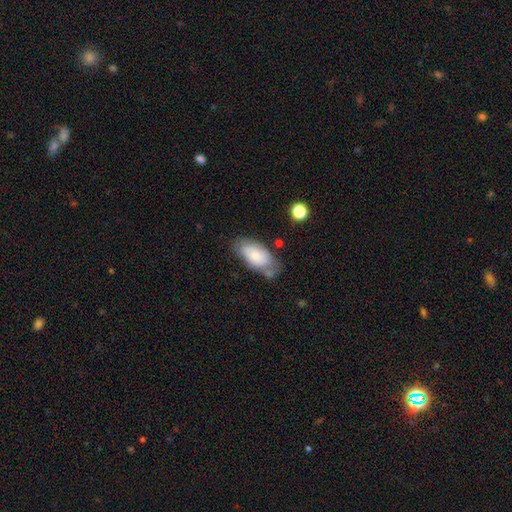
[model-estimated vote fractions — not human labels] smooth 74%, featured or disk 19%, star or artifact 7%. Down the decision tree: how rounded — in between (94%); merging — none (59%).